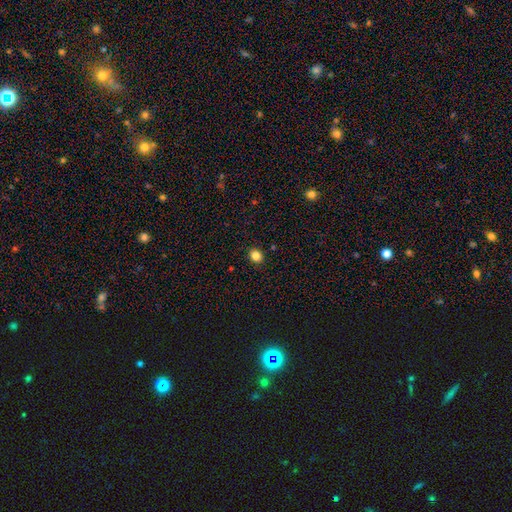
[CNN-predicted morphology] smooth-or-featured: smooth: 83% | star or artifact: 12% | featured or disk: 4%
  how-rounded: round: 70% | in between: 30% | cigar-shaped: 1%
  merging: none: 91% | minor disturbance: 6% | major disturbance: 2% | merger: 1%